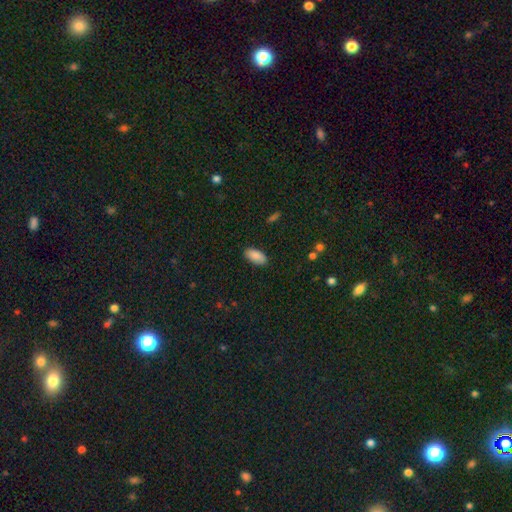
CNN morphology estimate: Smooth or featured: smooth — 88% (star or artifact — 7%)
How rounded: in between — 93% (cigar-shaped — 5%)
Merging: none — 87% (minor disturbance — 10%)